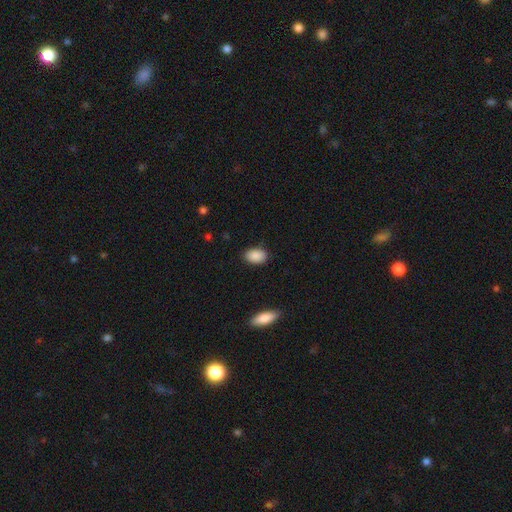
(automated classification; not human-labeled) Smooth or featured? smooth (89%)
How rounded? in between (87%)
Merging? none (85%)